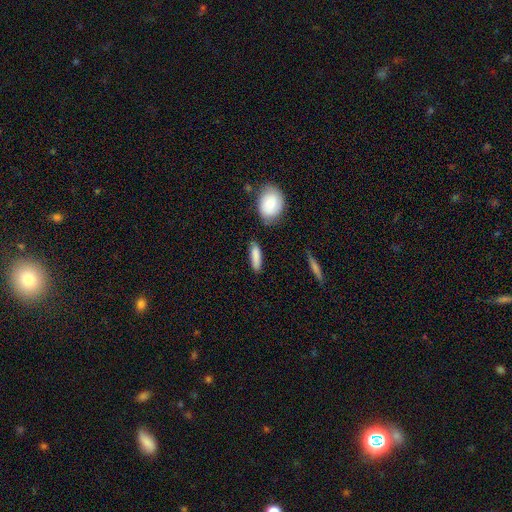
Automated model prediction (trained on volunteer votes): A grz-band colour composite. It shows a smooth galaxy with no disk features (85%) that is cigar-shaped (59%). Merging: none (76%).